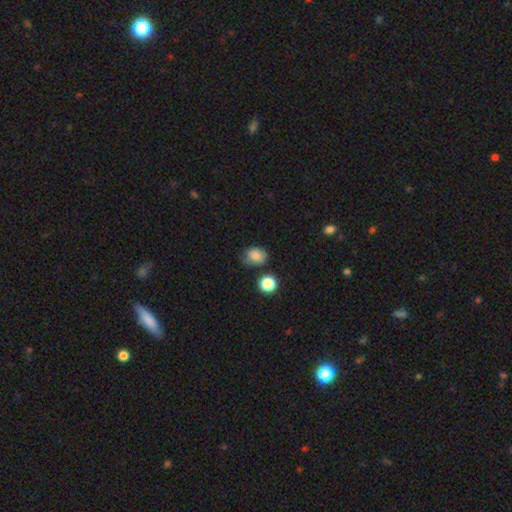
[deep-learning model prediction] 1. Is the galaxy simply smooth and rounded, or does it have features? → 84% smooth, 10% star or artifact, 6% featured or disk.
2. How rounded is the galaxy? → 53% in between, 46% round, 1% cigar-shaped.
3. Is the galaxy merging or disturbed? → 65% none, 24% minor disturbance, 6% major disturbance, 5% merger.